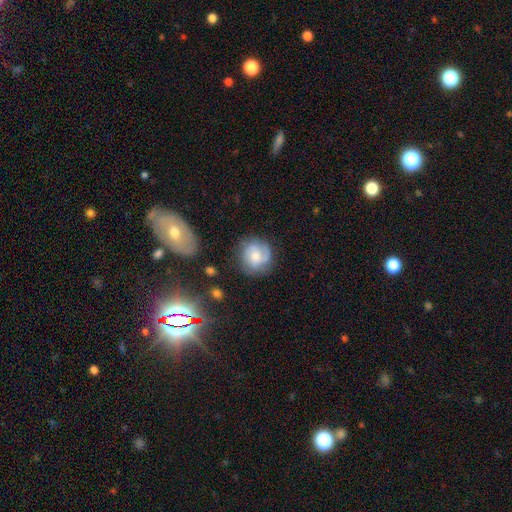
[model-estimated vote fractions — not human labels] Smooth or featured? smooth (48%)
Merging? none (67%)